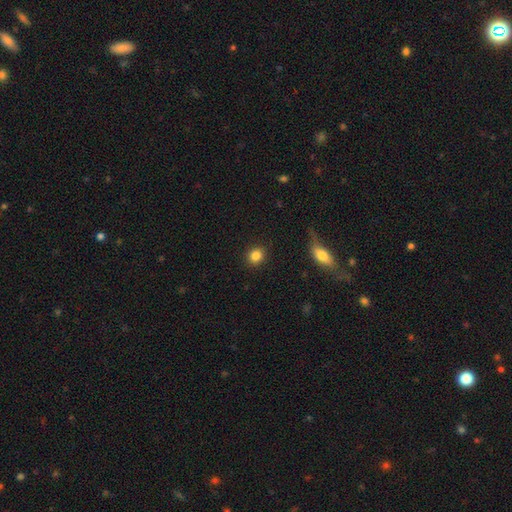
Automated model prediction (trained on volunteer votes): Smooth or featured? smooth (85%)
How rounded? round (81%)
Merging? none (90%)